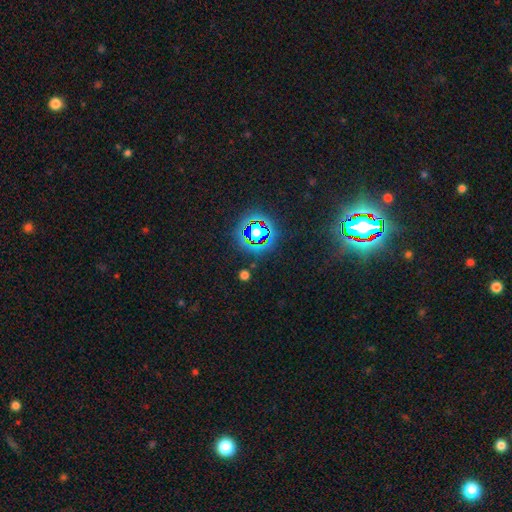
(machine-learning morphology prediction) Smooth or featured? star or artifact (81%)